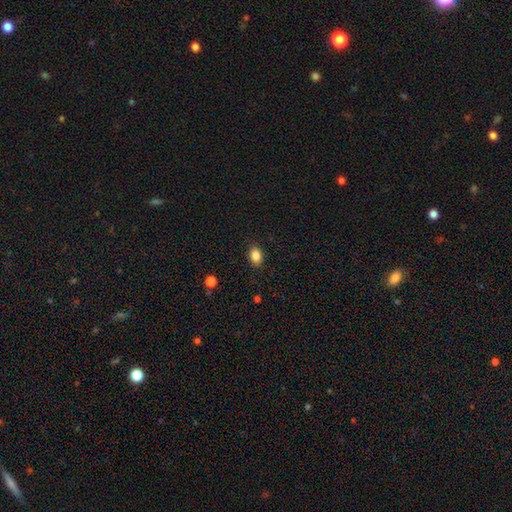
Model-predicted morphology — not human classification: Smooth or featured? Predicted: smooth (p=0.84). How rounded? Predicted: in between (p=0.80). Merging? Predicted: none (p=0.87).